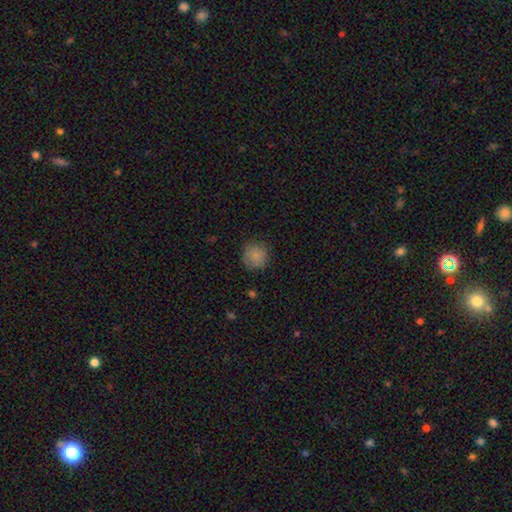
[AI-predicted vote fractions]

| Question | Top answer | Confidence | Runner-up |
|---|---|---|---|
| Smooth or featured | smooth | 83% | star or artifact (10%) |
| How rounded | round | 91% | in between (8%) |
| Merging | none | 80% | minor disturbance (15%) |